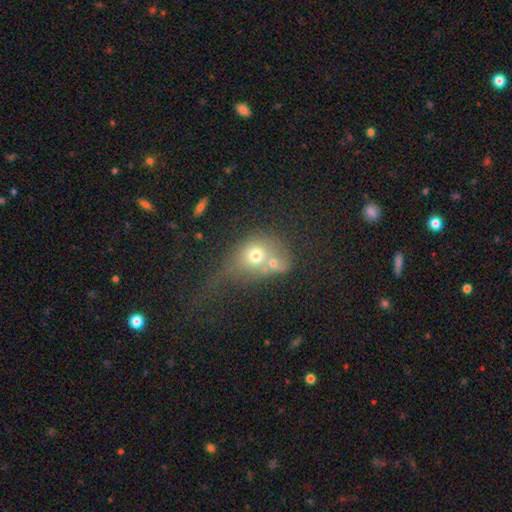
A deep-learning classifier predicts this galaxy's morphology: smooth_or_featured: smooth (p=0.63) [alt: featured or disk p=0.23]
how_rounded: round (p=0.57) [alt: in between p=0.42]
merging: merger (p=0.48) [alt: major disturbance p=0.22]